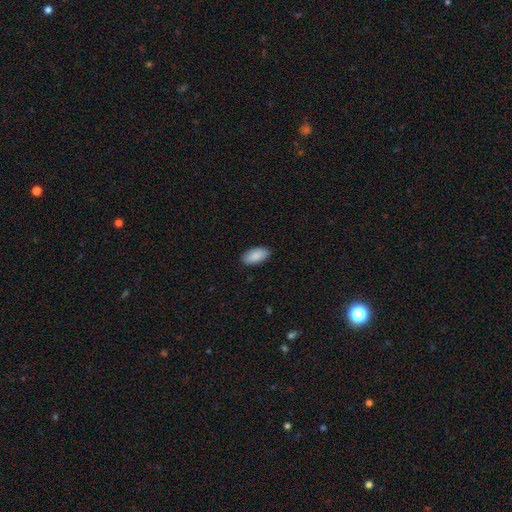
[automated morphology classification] Smooth or featured? smooth (90%)
How rounded? in between (93%)
Merging? none (89%)